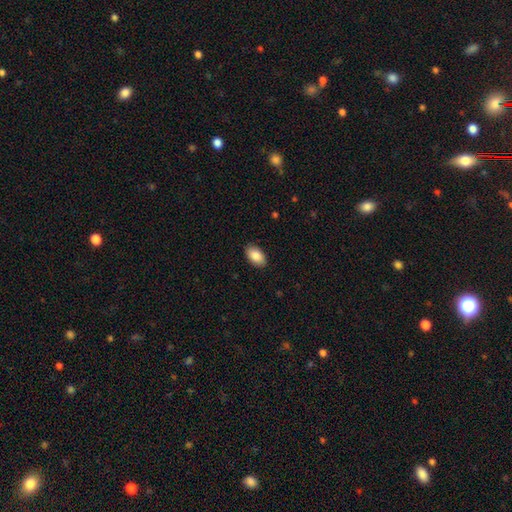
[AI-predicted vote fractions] smooth_or_featured: smooth (p=0.87) [alt: star or artifact p=0.06]
how_rounded: in between (p=0.94) [alt: round p=0.04]
merging: none (p=0.89) [alt: minor disturbance p=0.08]